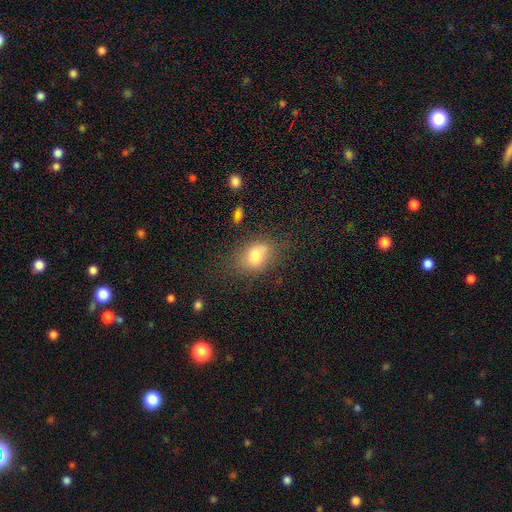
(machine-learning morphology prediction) smooth_or_featured: smooth (p=0.75) [alt: featured or disk p=0.15]
how_rounded: in between (p=0.73) [alt: round p=0.25]
merging: none (p=0.60) [alt: minor disturbance p=0.24]